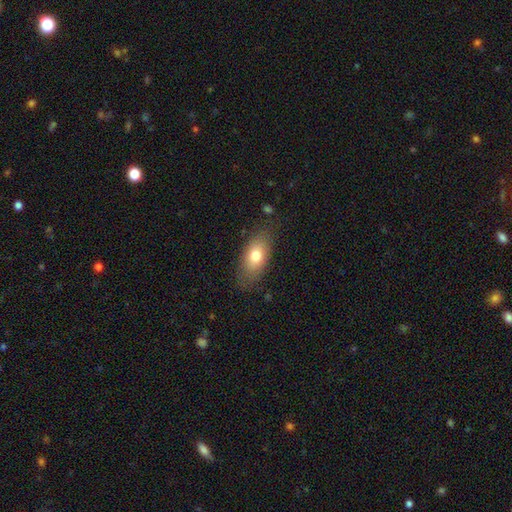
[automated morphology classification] Smooth or featured?
  - smooth: 76% *
  - featured or disk: 17%
  - star or artifact: 8%
How rounded?
  - in between: 87% *
  - cigar-shaped: 7%
  - round: 7%
Merging?
  - none: 77% *
  - minor disturbance: 16%
  - major disturbance: 5%
  - merger: 1%